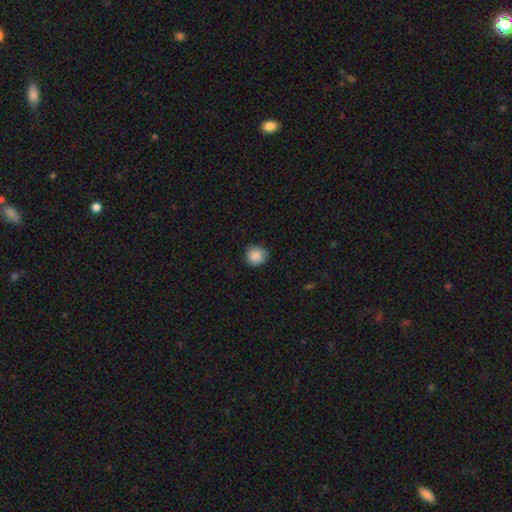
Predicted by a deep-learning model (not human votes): smooth_or_featured: smooth (p=0.88) [alt: star or artifact p=0.08]
how_rounded: round (p=0.89) [alt: in between p=0.10]
merging: none (p=0.82) [alt: minor disturbance p=0.14]